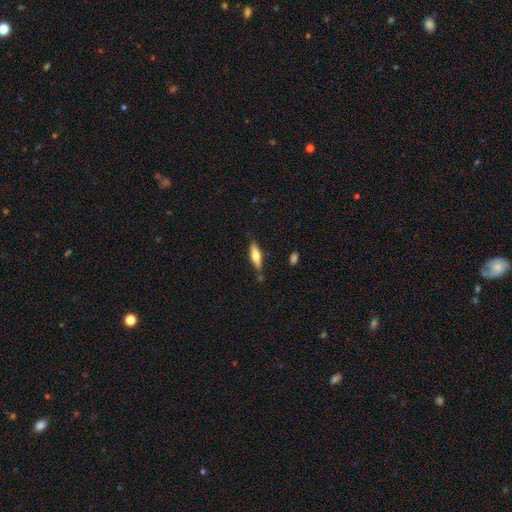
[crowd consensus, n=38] smooth 63%, featured or disk 32%, star or artifact 5%. Down the decision tree: how rounded — cigar-shaped (75%); merging — none (75%).